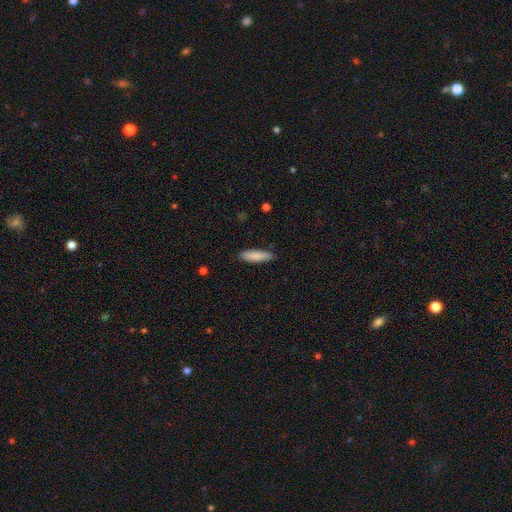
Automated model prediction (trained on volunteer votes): Overall: smooth (86%). How rounded: cigar-shaped (61%; in between 38%). Merging: none (84%).